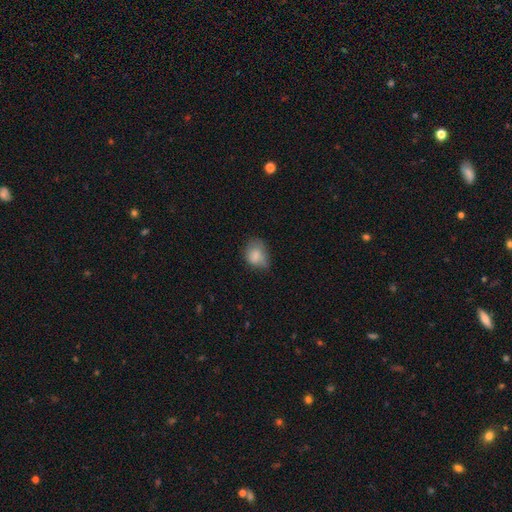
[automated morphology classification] The model was most divided on "merging": none: 43%, minor disturbance: 40%, major disturbance: 15%, merger: 2%. More confident: smooth or featured — smooth (78%); how rounded — in between (59%).